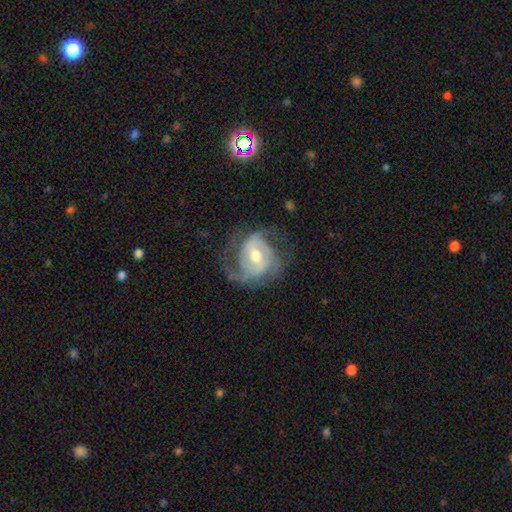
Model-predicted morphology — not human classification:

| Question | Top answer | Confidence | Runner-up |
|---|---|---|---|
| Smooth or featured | featured or disk | 83% | smooth (11%) |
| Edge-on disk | no | 97% | yes (3%) |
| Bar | weak | 44% | no (36%) |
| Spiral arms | yes | 93% | no (7%) |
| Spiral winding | medium | 45% | tight (35%) |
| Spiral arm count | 2 | 48% | 3 (22%) |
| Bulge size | moderate | 70% | small (23%) |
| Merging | none | 61% | minor disturbance (21%) |